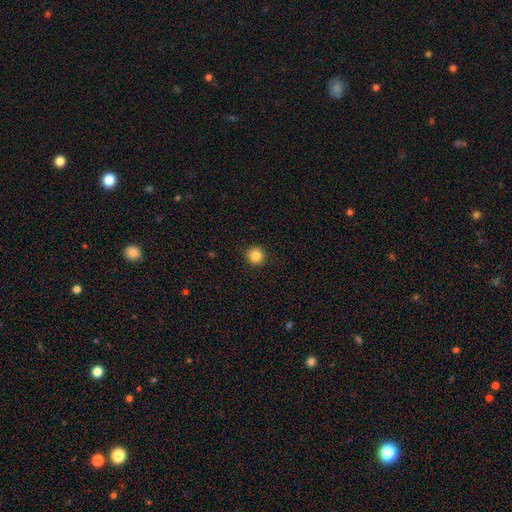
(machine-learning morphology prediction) type=smooth (85%); roundness=round (95%); merging=none (92%).